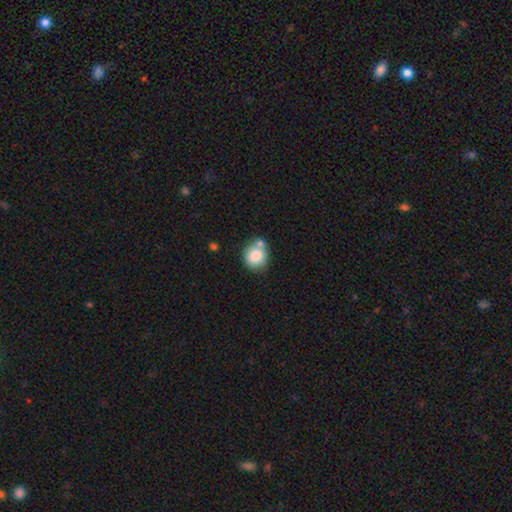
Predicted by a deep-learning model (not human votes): This appears to be a smooth galaxy with no disk features (81%) that is round (82%). Merging: none (58%).